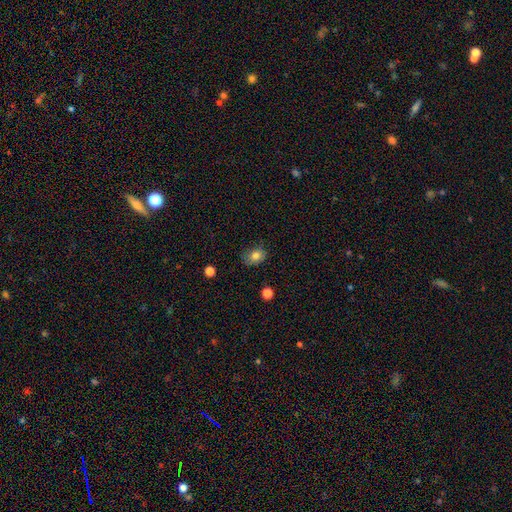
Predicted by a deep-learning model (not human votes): This appears to be a smooth galaxy with no disk features (80%) that is in between round and cigar-shaped (63%). Merging: none (74%).